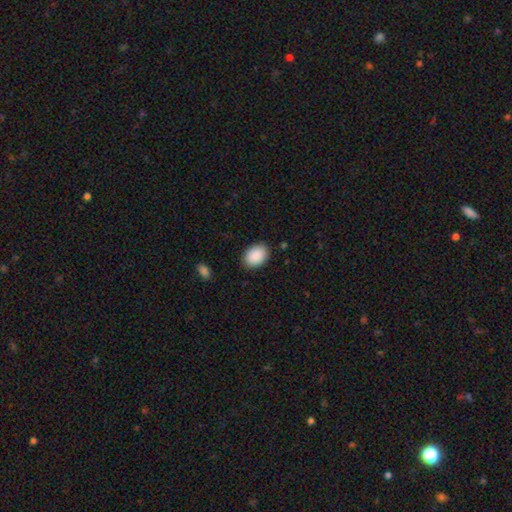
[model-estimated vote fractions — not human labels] smooth_or_featured: smooth (p=0.90) [alt: star or artifact p=0.06]
how_rounded: in between (p=0.81) [alt: round p=0.18]
merging: none (p=0.87) [alt: minor disturbance p=0.10]